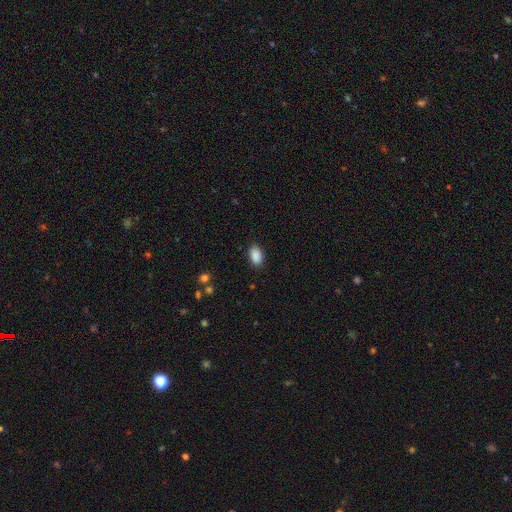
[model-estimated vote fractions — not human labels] A smooth galaxy with no disk features (89%) that is in between round and cigar-shaped (91%).

Vote fractions:
- Smooth or featured? smooth: 89% / star or artifact: 8% / featured or disk: 3%
- How rounded? in between: 91% / round: 7% / cigar-shaped: 1%
- Merging? none: 88% / minor disturbance: 9% / major disturbance: 2% / merger: 1%